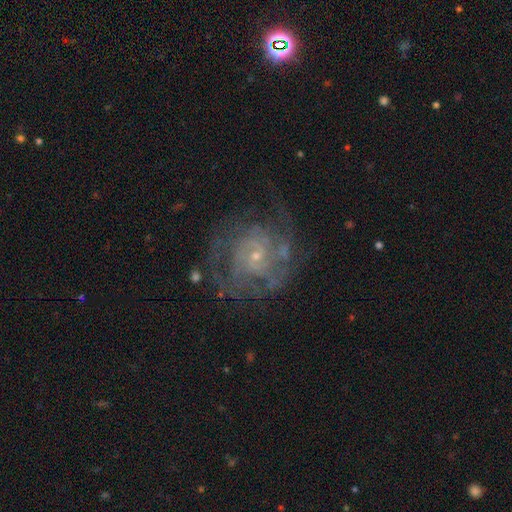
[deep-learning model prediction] This appears to be a featured or disk galaxy (80%) with no bar (71%), tight (53%) spiral arms (85%) and a small central bulge (80%). Merging: none (66%).